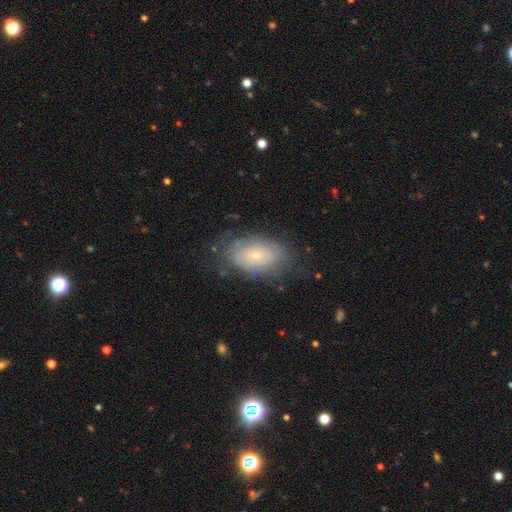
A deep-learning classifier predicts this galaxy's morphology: Smooth or featured? smooth (50%)
Merging? none (67%)